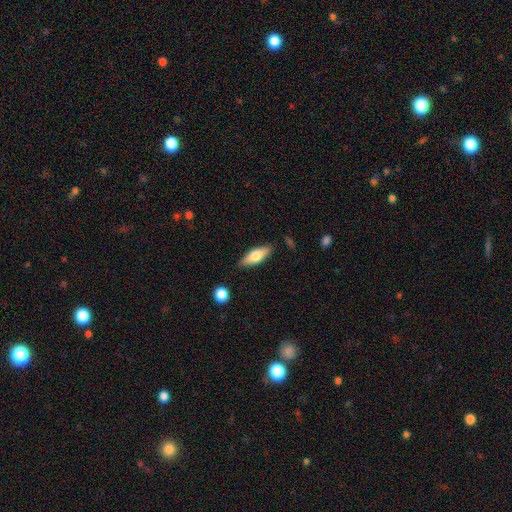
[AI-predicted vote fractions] Overall: smooth (66%; featured or disk 28%). How rounded: in between (63%; cigar-shaped 35%). Merging: none (84%).